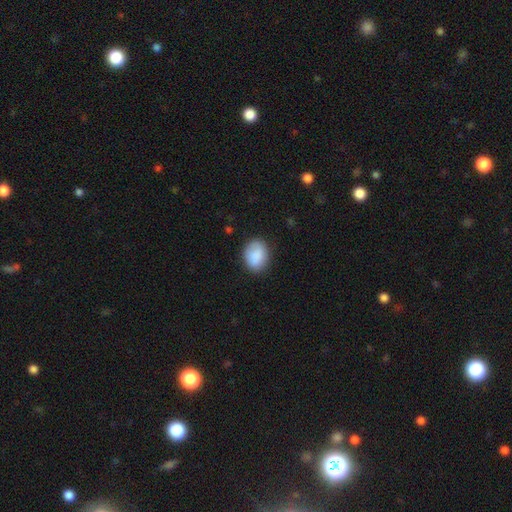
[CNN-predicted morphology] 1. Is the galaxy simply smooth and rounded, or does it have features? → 87% smooth, 7% star or artifact, 6% featured or disk.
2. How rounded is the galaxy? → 56% in between, 43% round, 1% cigar-shaped.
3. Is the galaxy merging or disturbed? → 82% none, 14% minor disturbance, 3% major disturbance, 1% merger.